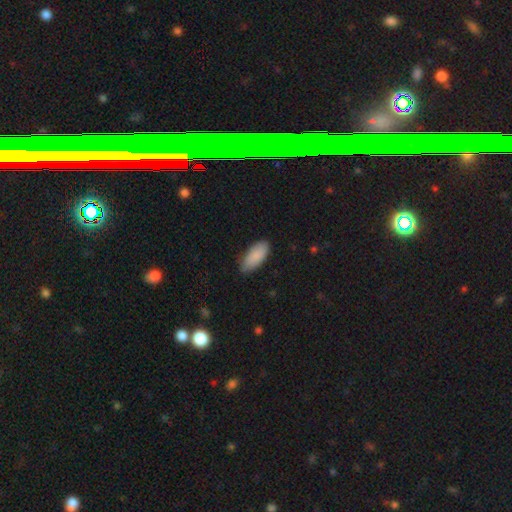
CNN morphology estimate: This appears to be a smooth galaxy with no disk features (88%) that is in between round and cigar-shaped (90%). Merging: none (75%).